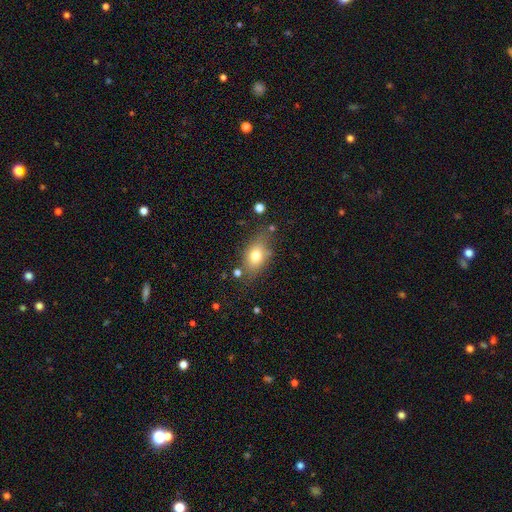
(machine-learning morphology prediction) Smooth or featured: smooth — 72% (featured or disk — 18%)
How rounded: in between — 76% (round — 19%)
Merging: none — 68% (minor disturbance — 20%)